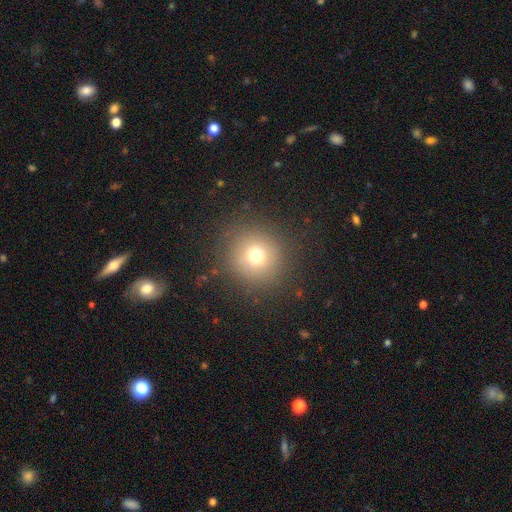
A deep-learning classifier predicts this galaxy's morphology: Smooth or featured?
  - smooth: 71% *
  - star or artifact: 17%
  - featured or disk: 12%
How rounded?
  - round: 93% *
  - in between: 6%
  - cigar-shaped: 1%
Merging?
  - none: 86% *
  - minor disturbance: 8%
  - major disturbance: 5%
  - merger: 1%